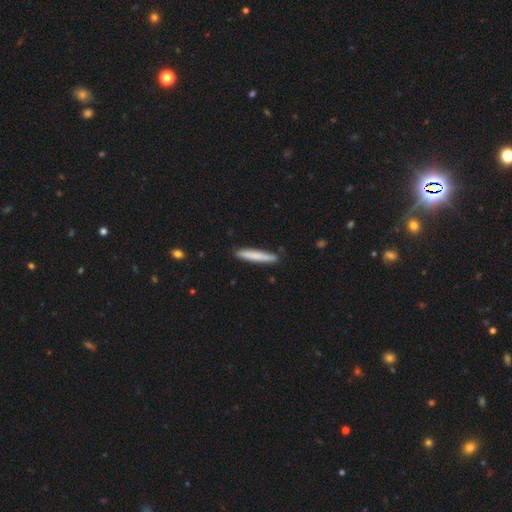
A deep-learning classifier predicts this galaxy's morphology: This is likely a smooth galaxy (76%). How rounded: clearly cigar-shaped (94%). Merging: clearly none (87%).